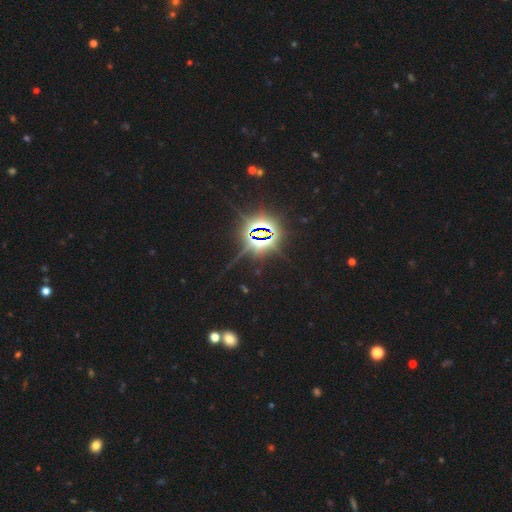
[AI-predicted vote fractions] star or artifact 84%, smooth 10%, featured or disk 6%.